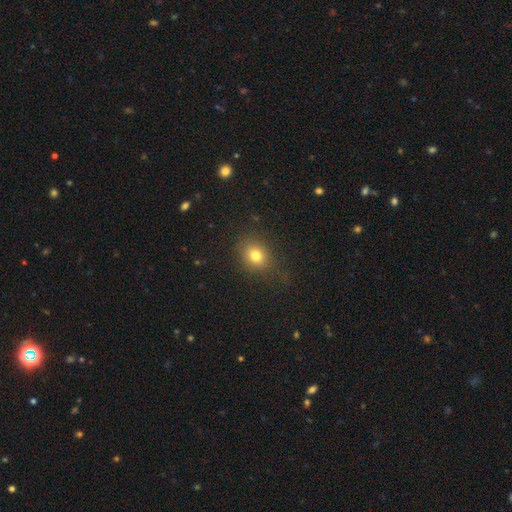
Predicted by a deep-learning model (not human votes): Smooth or featured?
  - smooth: 78% *
  - star or artifact: 14%
  - featured or disk: 8%
How rounded?
  - round: 60% *
  - in between: 39%
  - cigar-shaped: 1%
Merging?
  - none: 80% *
  - minor disturbance: 13%
  - major disturbance: 5%
  - merger: 1%